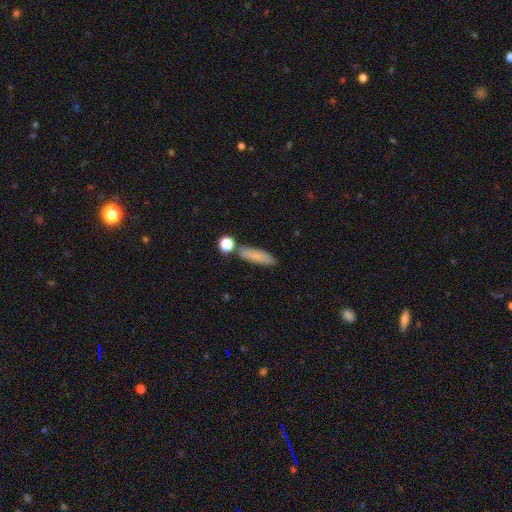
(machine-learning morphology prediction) smooth_or_featured: smooth (p=0.80) [alt: featured or disk p=0.11]
how_rounded: cigar-shaped (p=0.61) [alt: in between p=0.36]
merging: none (p=0.74) [alt: minor disturbance p=0.13]